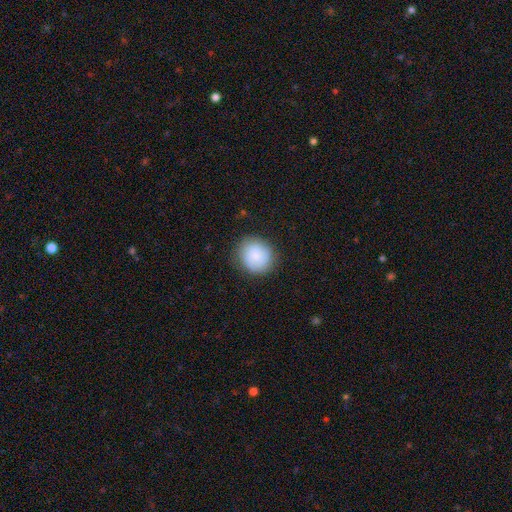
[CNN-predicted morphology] Q: Smooth or featured?
A: smooth (79%); runner-up: featured or disk (14%)
Q: How rounded?
A: round (85%); runner-up: in between (14%)
Q: Merging?
A: none (83%); runner-up: minor disturbance (12%)